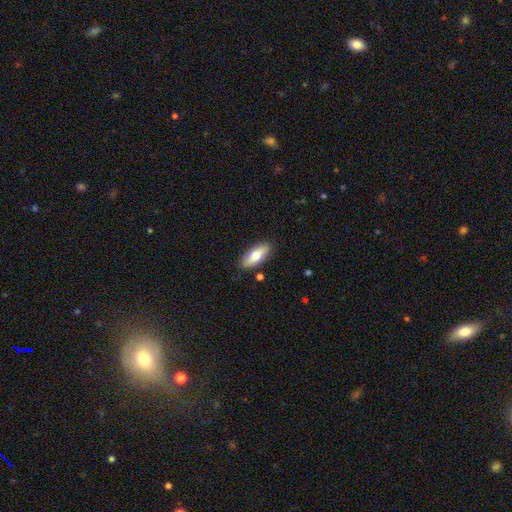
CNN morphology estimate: smooth 67%, featured or disk 27%, star or artifact 6%. Down the decision tree: how rounded — in between (81%); merging — none (86%).